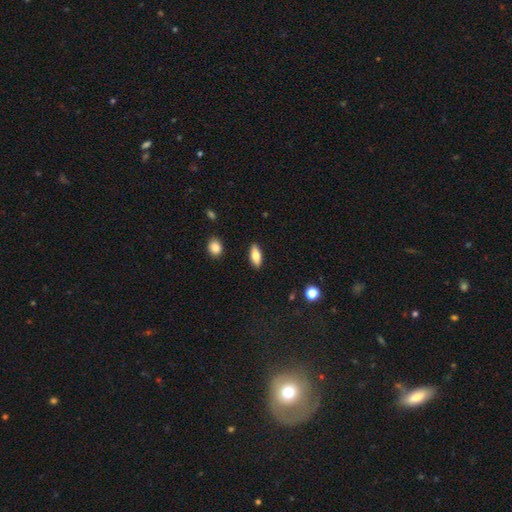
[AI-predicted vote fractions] Smooth or featured?
  - smooth: 74% *
  - featured or disk: 20%
  - star or artifact: 7%
How rounded?
  - in between: 75% *
  - cigar-shaped: 23%
  - round: 3%
Merging?
  - none: 89% *
  - minor disturbance: 8%
  - major disturbance: 2%
  - merger: 1%